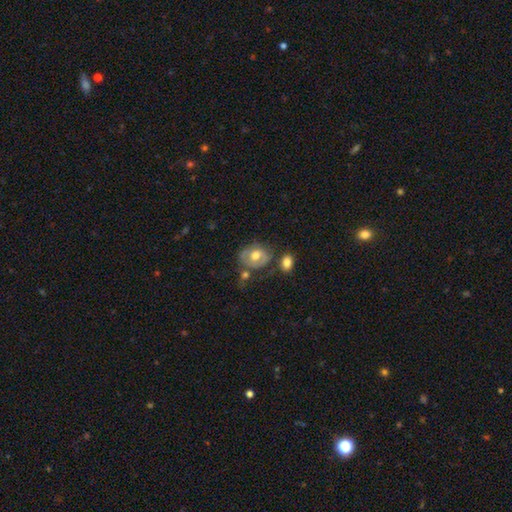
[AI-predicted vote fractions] smooth-or-featured: smooth: 53% | featured or disk: 40% | star or artifact: 8%
  how-rounded: in between: 53% | round: 46% | cigar-shaped: 1%
  merging: none: 53% | minor disturbance: 22% | merger: 14% | major disturbance: 10%